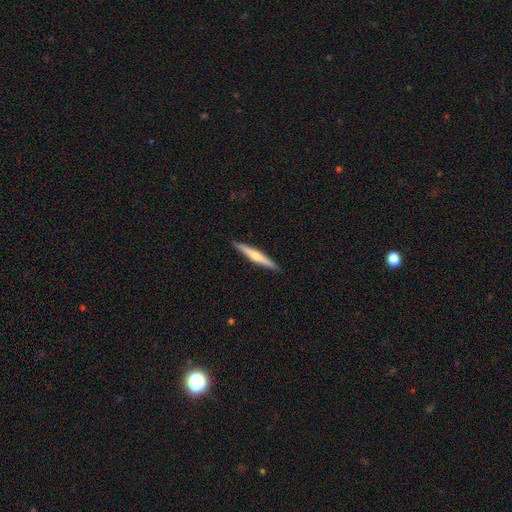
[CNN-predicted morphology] This appears to be a featured or disk galaxy (49%). Merging: none (91%).